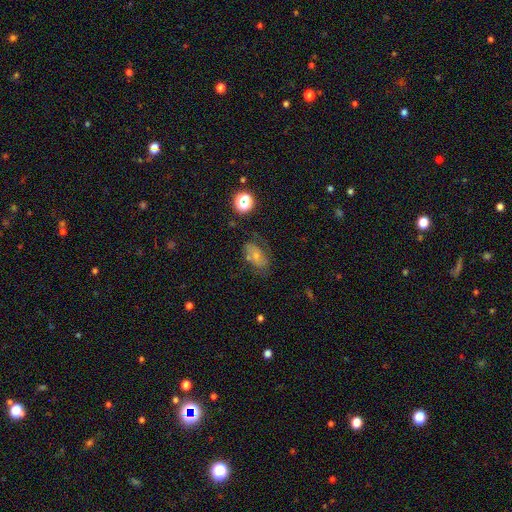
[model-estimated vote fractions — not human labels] The model was most divided on "smooth or featured": smooth: 49%, featured or disk: 37%, star or artifact: 14%. More confident: merging — none (57%).